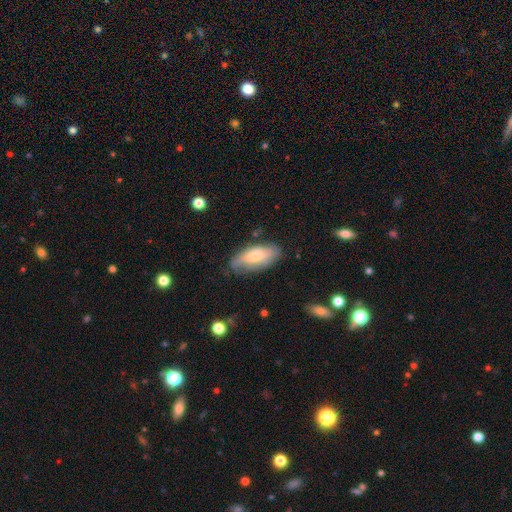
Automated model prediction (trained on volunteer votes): Smooth or featured: smooth — 64% (featured or disk — 30%)
How rounded: in between — 83% (cigar-shaped — 15%)
Merging: none — 70% (minor disturbance — 22%)